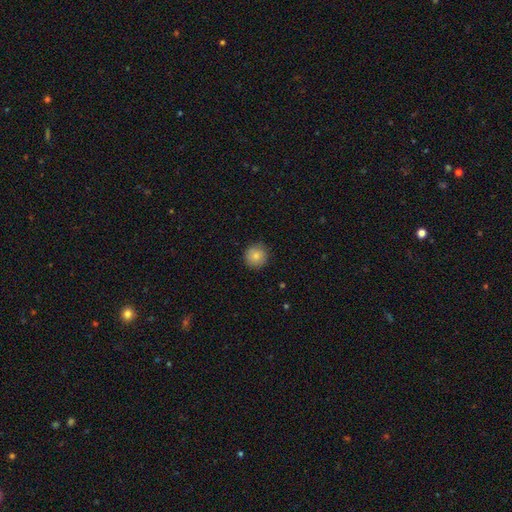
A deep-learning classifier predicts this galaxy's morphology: A smooth galaxy with no disk features (84%) that is round (94%). Merging: none (88%).